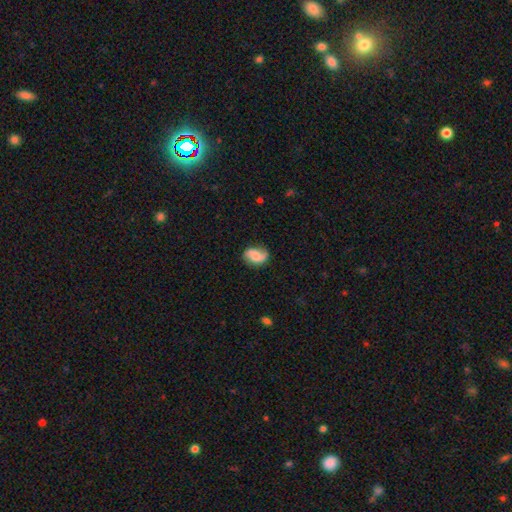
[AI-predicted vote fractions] Q: Smooth or featured?
A: featured or disk (58%); runner-up: smooth (34%)
Q: Edge-on disk?
A: no (97%); runner-up: yes (3%)
Q: Bar?
A: no (57%); runner-up: weak (34%)
Q: Spiral arms?
A: yes (92%); runner-up: no (8%)
Q: Spiral winding?
A: loose (54%); runner-up: medium (32%)
Q: Spiral arm count?
A: 2 (88%); runner-up: can't tell (5%)
Q: Bulge size?
A: moderate (44%); runner-up: small (36%)
Q: Merging?
A: none (76%); runner-up: minor disturbance (18%)